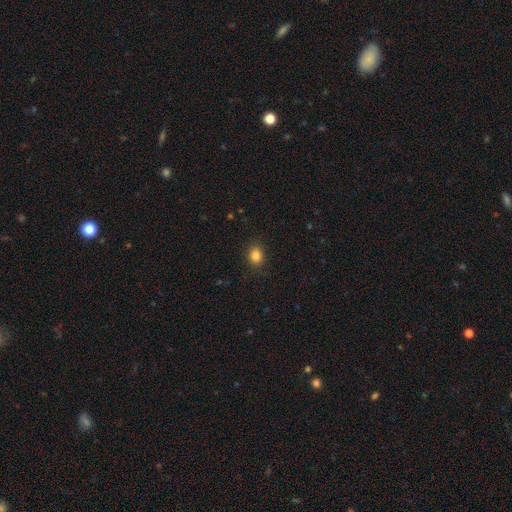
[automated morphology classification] The model was most divided on "how rounded": round: 64%, in between: 35%, cigar-shaped: 1%. More confident: merging — none (88%); smooth or featured — smooth (84%).